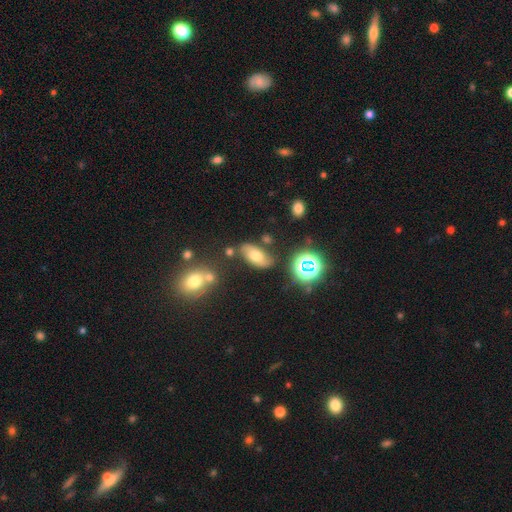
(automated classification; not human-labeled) smooth-or-featured: smooth: 60% | featured or disk: 25% | star or artifact: 16%
  how-rounded: in between: 87% | round: 7% | cigar-shaped: 6%
  merging: none: 73% | minor disturbance: 15% | merger: 8% | major disturbance: 5%